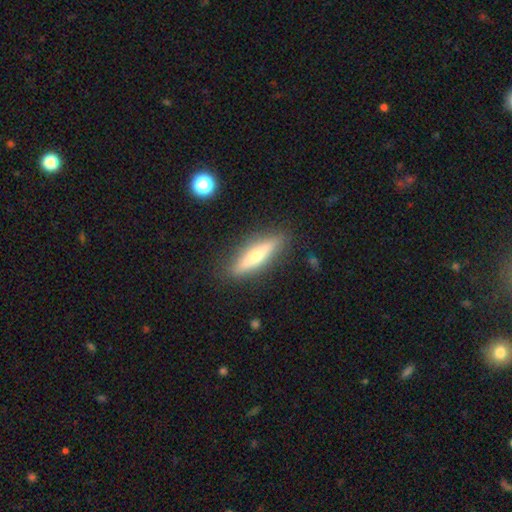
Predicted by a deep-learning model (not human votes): Q: Smooth or featured?
A: featured or disk (54%); runner-up: smooth (39%)
Q: Edge-on disk?
A: yes (90%); runner-up: no (10%)
Q: Merging?
A: none (88%); runner-up: minor disturbance (8%)